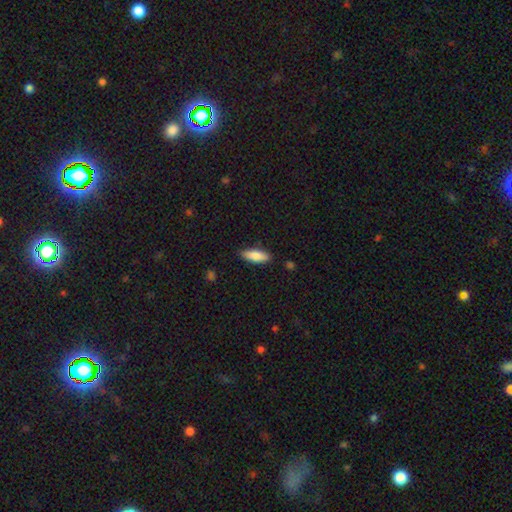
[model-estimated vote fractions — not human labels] This is clearly a smooth galaxy (82%). How rounded: likely in between (66%). Merging: clearly none (85%).